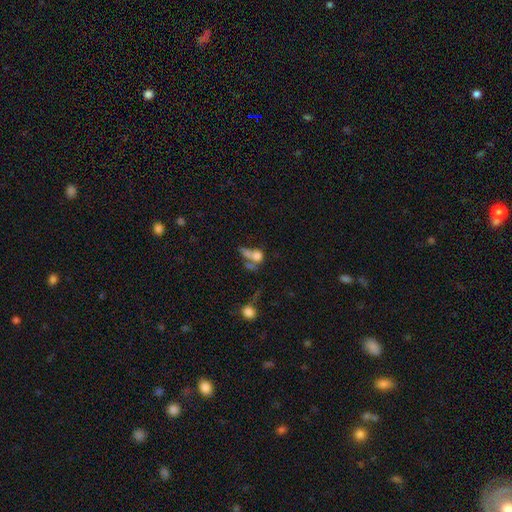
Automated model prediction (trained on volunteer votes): This appears to be a smooth galaxy with no disk features (60%) that is in between round and cigar-shaped (45%, tied with round). Merging: merger (43%).